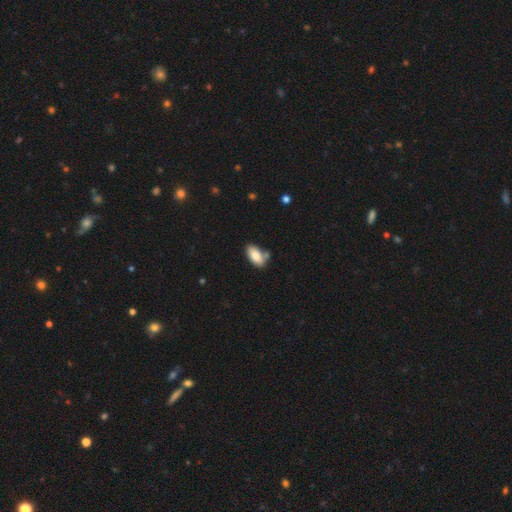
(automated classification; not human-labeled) The model was most divided on "merging": none: 62%, minor disturbance: 19%, merger: 14%, major disturbance: 4%. More confident: how rounded — in between (92%); smooth or featured — smooth (82%).